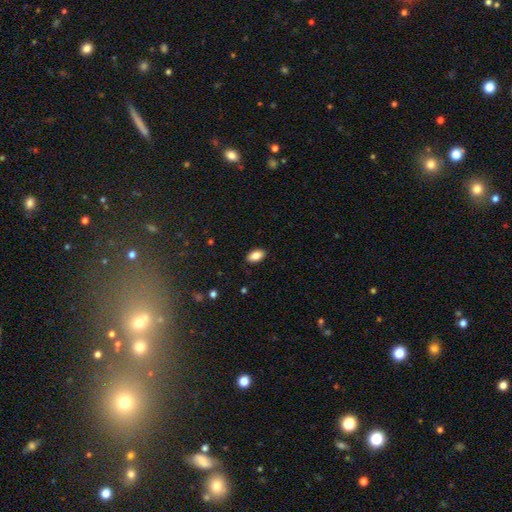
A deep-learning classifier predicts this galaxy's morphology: smooth 86%, star or artifact 8%, featured or disk 6%. Down the decision tree: how rounded — in between (92%); merging — none (88%).